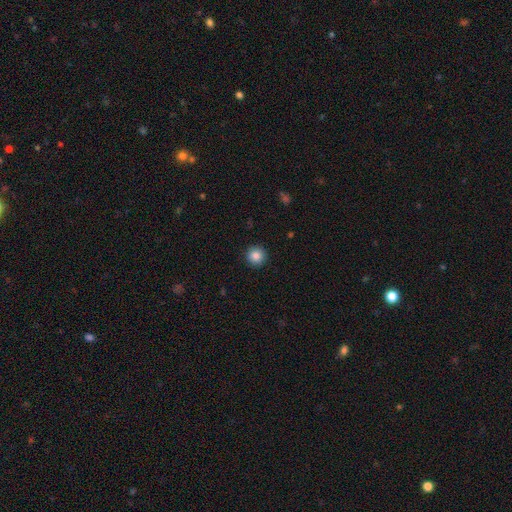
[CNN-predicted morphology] Overall: smooth (86%). How rounded: round (95%). Merging: none (93%).